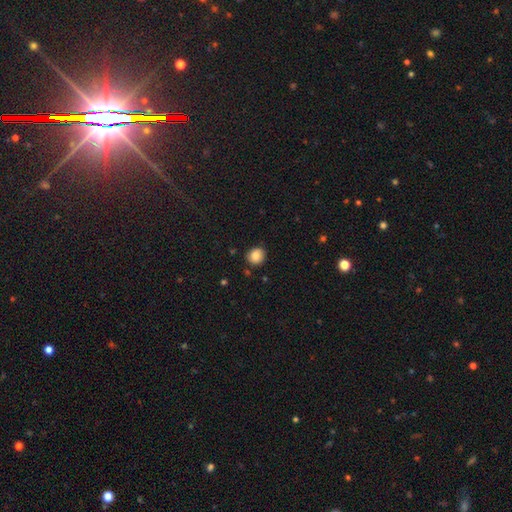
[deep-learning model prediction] Overall: smooth (86%). How rounded: round (86%). Merging: none (85%).